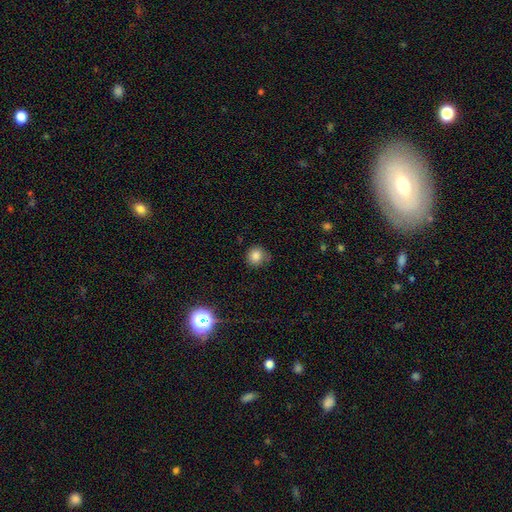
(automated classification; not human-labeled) The model was most divided on "merging": none: 70%, minor disturbance: 23%, major disturbance: 6%, merger: 2%. More confident: how rounded — round (85%); smooth or featured — smooth (82%).